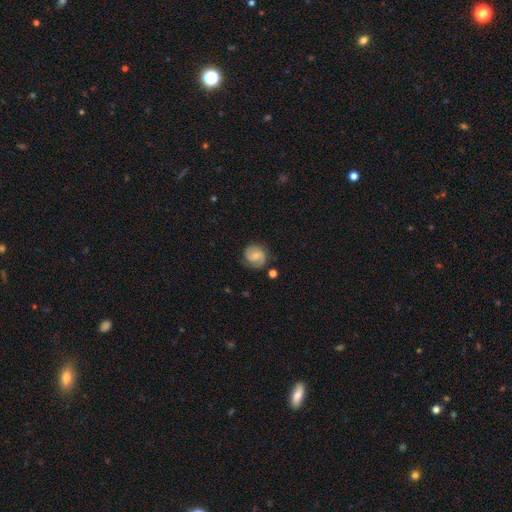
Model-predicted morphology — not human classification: Smooth or featured? featured or disk (61%)
Edge-on disk? no (98%)
Bar? no (53%)
Spiral arms? yes (91%)
Spiral winding? medium (44%)
Spiral arm count? 2 (78%)
Bulge size? small (58%)
Merging? none (74%)